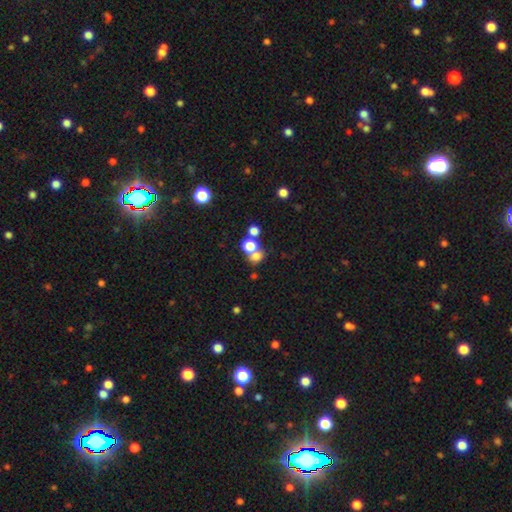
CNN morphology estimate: A smooth galaxy with no disk features (71%) that is round (61%). Merging: merger (44%).